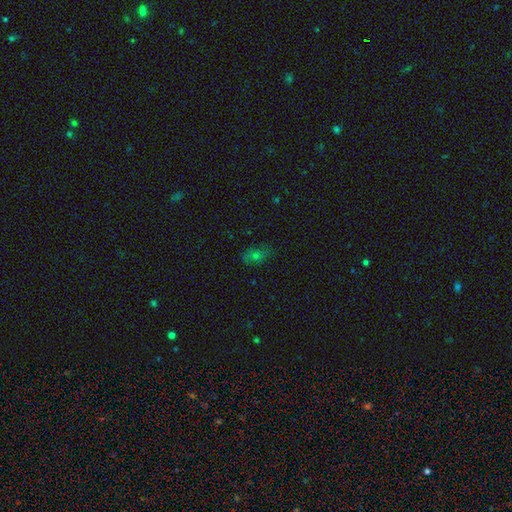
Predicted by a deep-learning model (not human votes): A smooth galaxy with no disk features (47%).

Vote fractions:
- Smooth or featured? smooth: 47% / star or artifact: 31% / featured or disk: 22%
- Merging? none: 76% / minor disturbance: 17% / major disturbance: 6% / merger: 2%